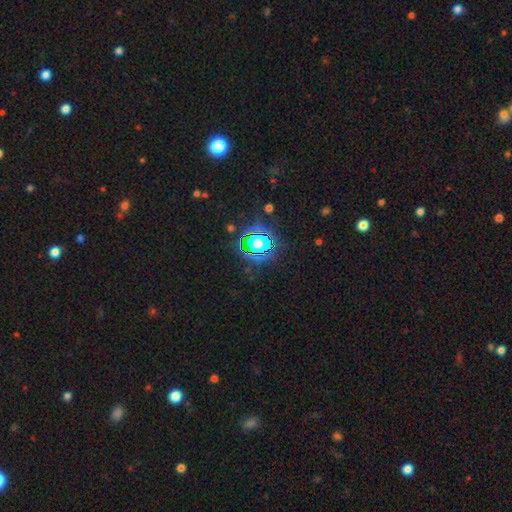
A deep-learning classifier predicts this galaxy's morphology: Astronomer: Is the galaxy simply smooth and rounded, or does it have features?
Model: star or artifact — 82%.